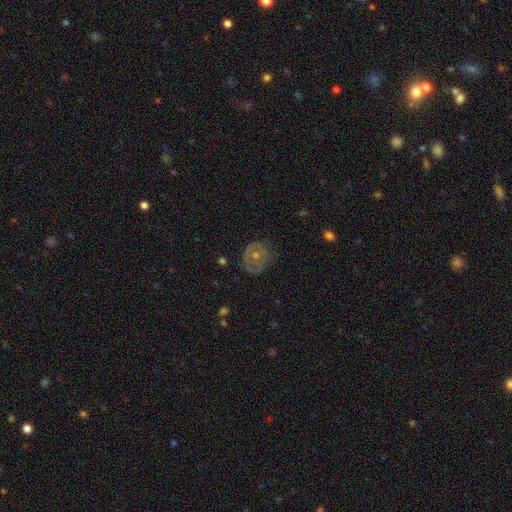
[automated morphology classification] smooth-or-featured: featured or disk: 48% | smooth: 43% | star or artifact: 9%
  merging: none: 66% | minor disturbance: 23% | major disturbance: 10% | merger: 2%